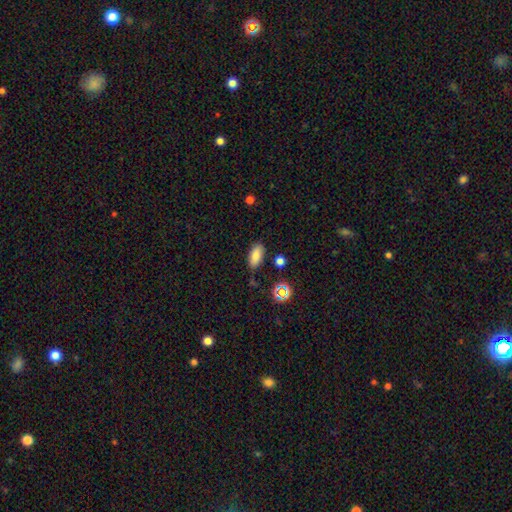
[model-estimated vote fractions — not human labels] Smooth or featured? smooth (80%)
How rounded? in between (88%)
Merging? none (80%)